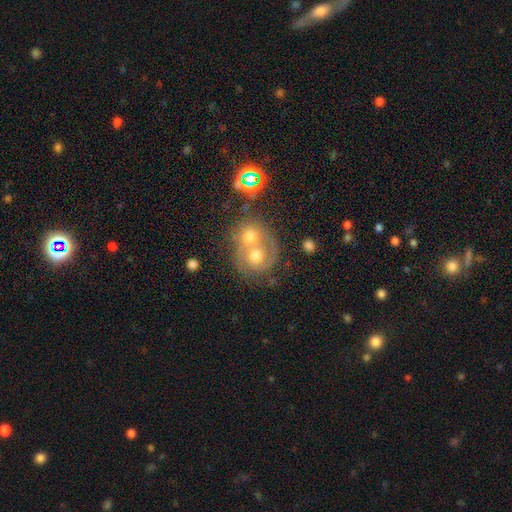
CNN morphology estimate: The model was most divided on "smooth or featured": featured or disk: 56%, smooth: 33%, star or artifact: 11%. More confident: edge-on disk — no (97%); bar — no (79%); spiral arms — yes (73%); bulge size — moderate (66%); merging — merger (62%).